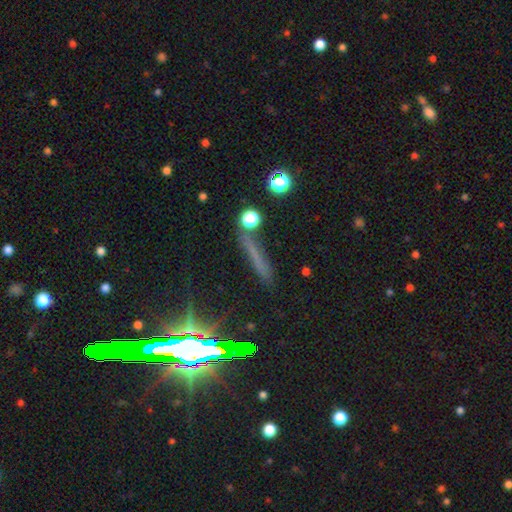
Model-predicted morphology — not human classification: The model was most divided on "smooth or featured": star or artifact: 39%, smooth: 34%, featured or disk: 27%.